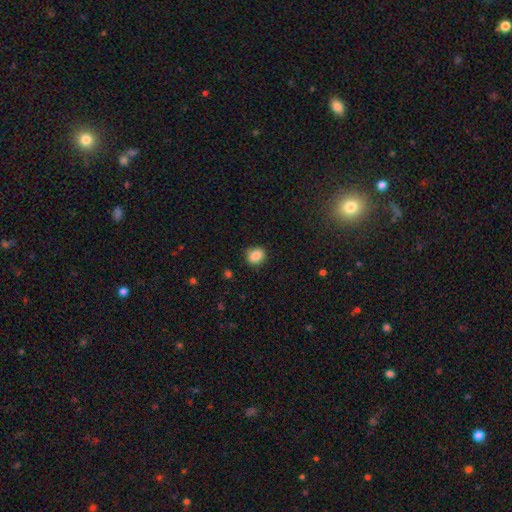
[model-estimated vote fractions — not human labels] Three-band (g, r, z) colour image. It shows a smooth galaxy with no disk features (85%) that is round (59%). Merging: none (85%).